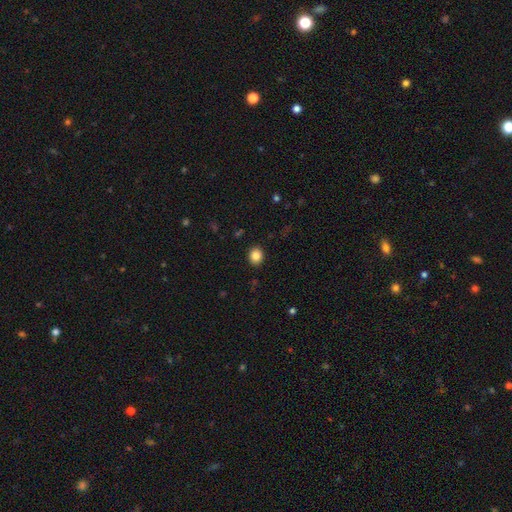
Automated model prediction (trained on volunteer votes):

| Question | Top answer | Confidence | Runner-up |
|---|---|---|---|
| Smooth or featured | smooth | 85% | star or artifact (10%) |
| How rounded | round | 66% | in between (33%) |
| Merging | none | 91% | minor disturbance (6%) |